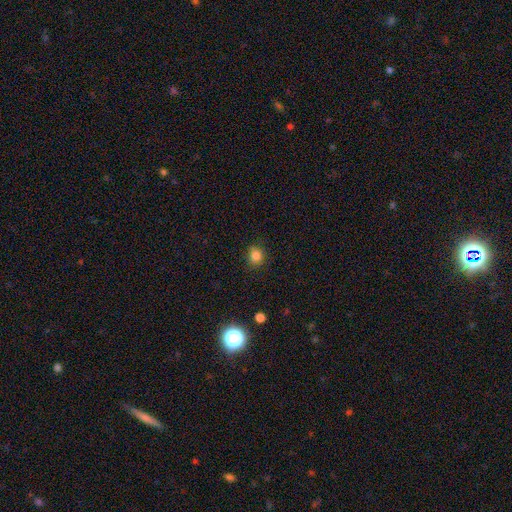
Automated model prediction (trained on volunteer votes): Morphology: type=smooth (83%); roundness=round (75%); merging=none (84%).